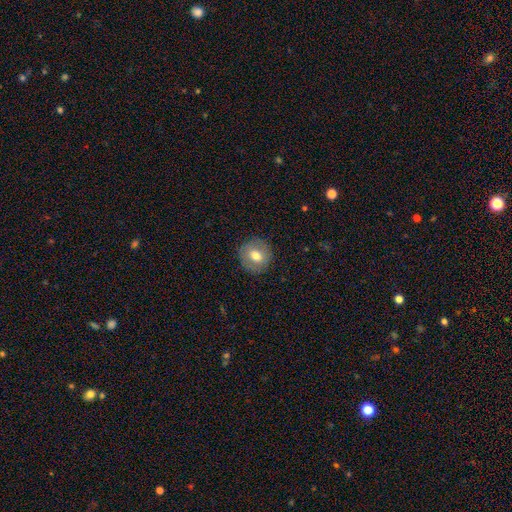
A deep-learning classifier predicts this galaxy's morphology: Smooth or featured: smooth — 68% (featured or disk — 24%)
How rounded: round — 88% (in between — 11%)
Merging: none — 88% (minor disturbance — 8%)